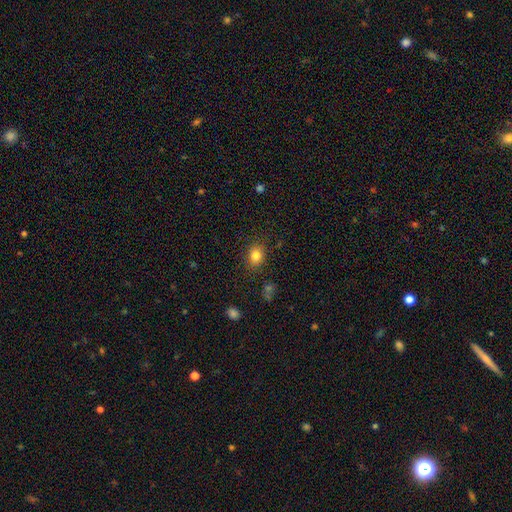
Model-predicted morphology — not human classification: smooth-or-featured: smooth: 82% | star or artifact: 11% | featured or disk: 7%
  how-rounded: round: 50% | in between: 49% | cigar-shaped: 1%
  merging: none: 83% | minor disturbance: 11% | major disturbance: 4% | merger: 2%